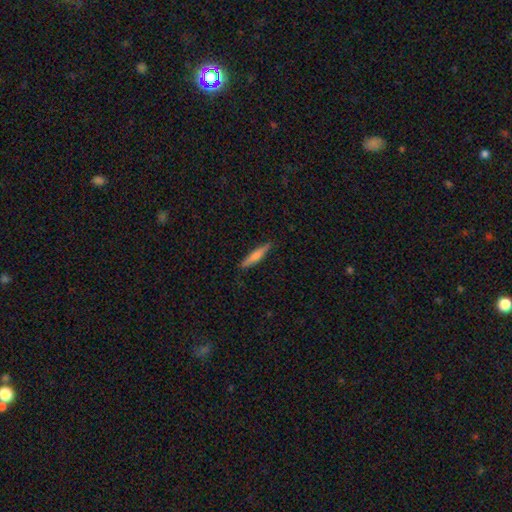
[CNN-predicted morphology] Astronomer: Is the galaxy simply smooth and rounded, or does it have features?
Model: smooth — 53% (runner-up: featured or disk, 41%).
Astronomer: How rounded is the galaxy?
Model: cigar-shaped — 91%.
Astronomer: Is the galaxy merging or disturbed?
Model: none — 89%.